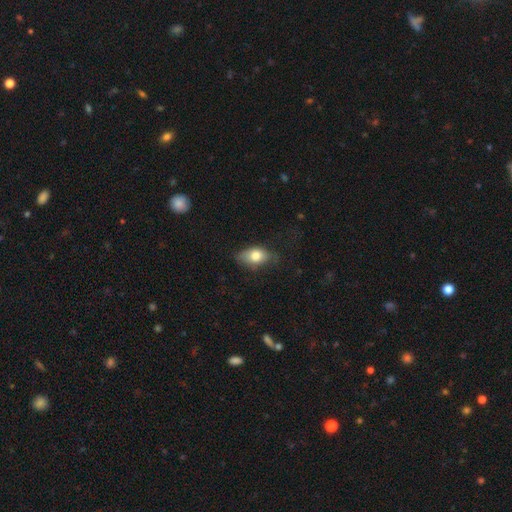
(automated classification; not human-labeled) This appears to be a smooth galaxy with no disk features (76%) that is in between round and cigar-shaped (87%). Merging: none (63%).